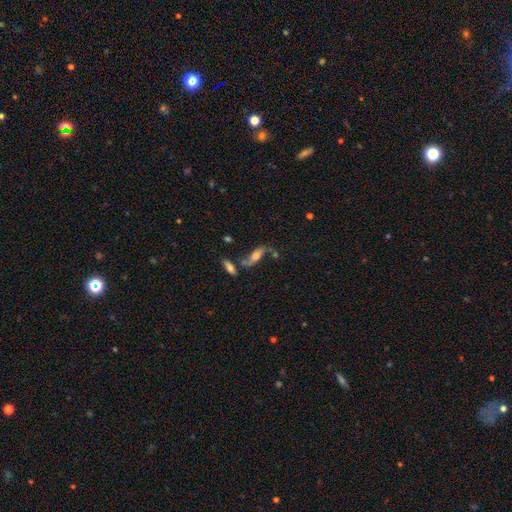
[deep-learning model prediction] Q: Smooth or featured?
A: featured or disk (45%); runner-up: smooth (44%)
Q: Merging?
A: none (53%); runner-up: merger (22%)